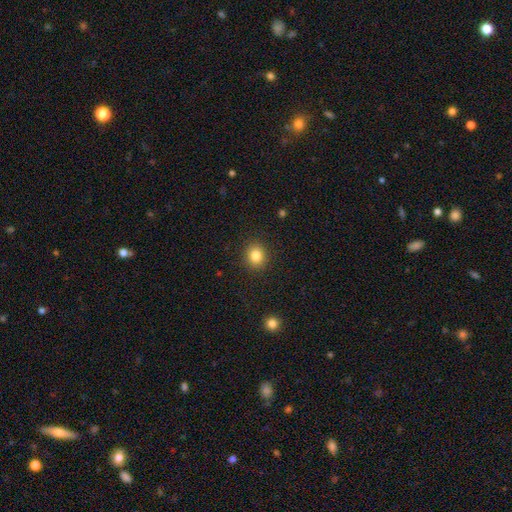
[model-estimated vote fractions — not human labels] A smooth galaxy with no disk features (84%) that is round (70%). Merging: none (90%).